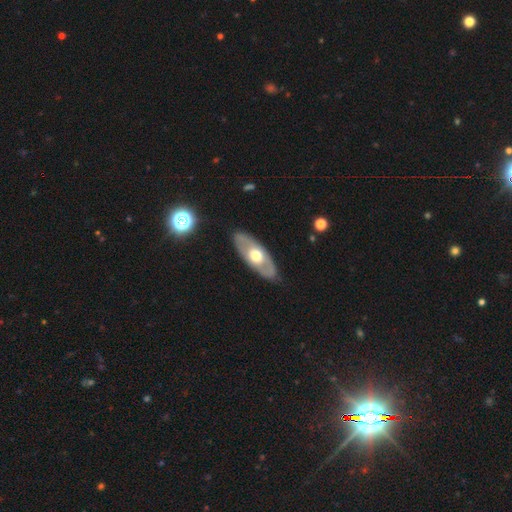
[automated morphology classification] This is possibly a featured or disk galaxy (54%). It is likely not viewed edge-on (76%). Merging: clearly none (85%).